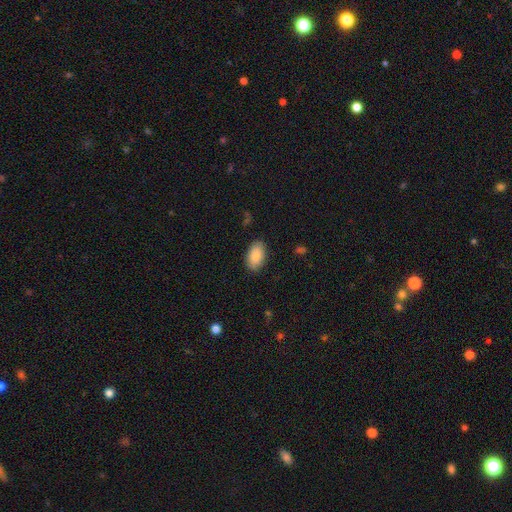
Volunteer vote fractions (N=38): smooth_or_featured: smooth (p=0.82) [alt: featured or disk p=0.16]
how_rounded: in between (p=0.97) [alt: round p=0.03]
merging: none (p=0.86) [alt: major disturbance p=0.08]